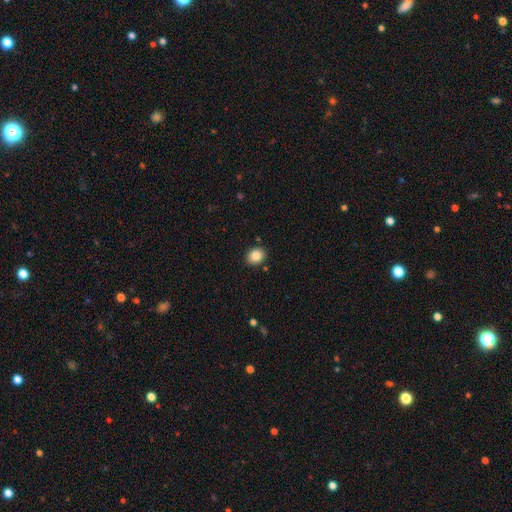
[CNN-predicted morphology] This appears to be a smooth galaxy with no disk features (86%) that is round (54%). Merging: none (88%).